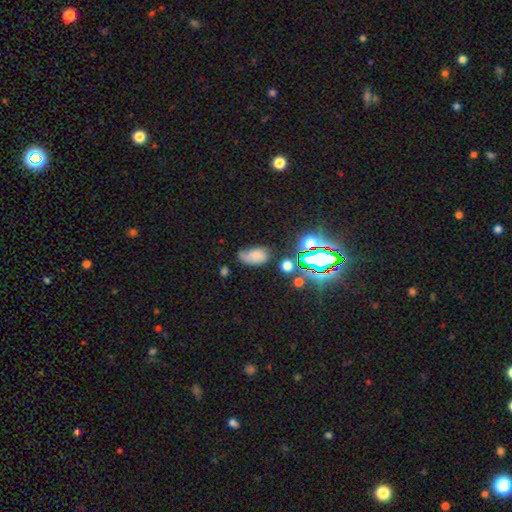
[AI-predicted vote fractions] This appears to be a smooth galaxy with no disk features (64%) that is in between round and cigar-shaped (89%). Merging: none (42%).